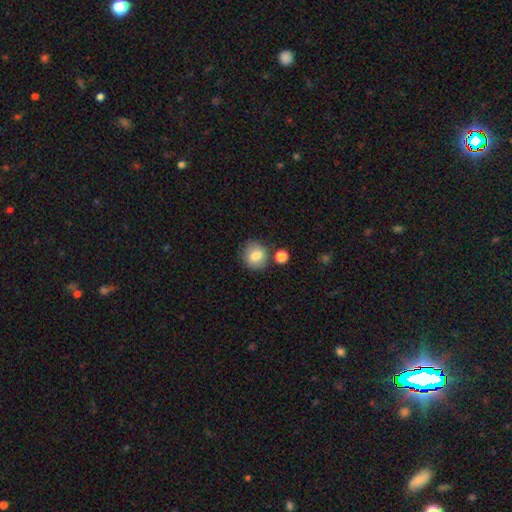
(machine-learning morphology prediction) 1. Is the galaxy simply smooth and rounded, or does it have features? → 82% smooth, 9% star or artifact, 9% featured or disk.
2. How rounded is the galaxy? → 86% round, 13% in between, 1% cigar-shaped.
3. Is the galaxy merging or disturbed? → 78% none, 11% minor disturbance, 9% merger, 3% major disturbance.